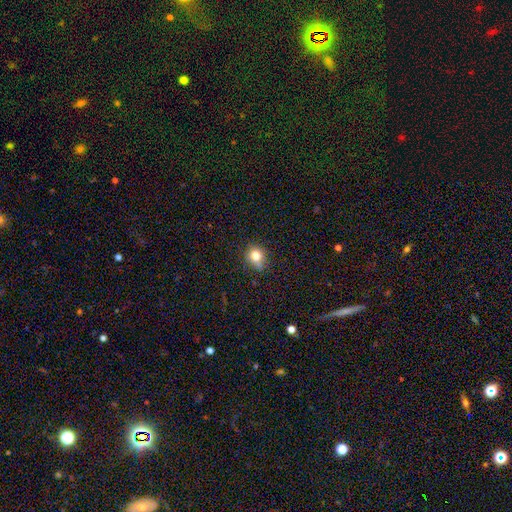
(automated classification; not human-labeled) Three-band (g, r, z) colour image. It shows a smooth galaxy with no disk features (77%) that is round (72%). Merging: none (65%).